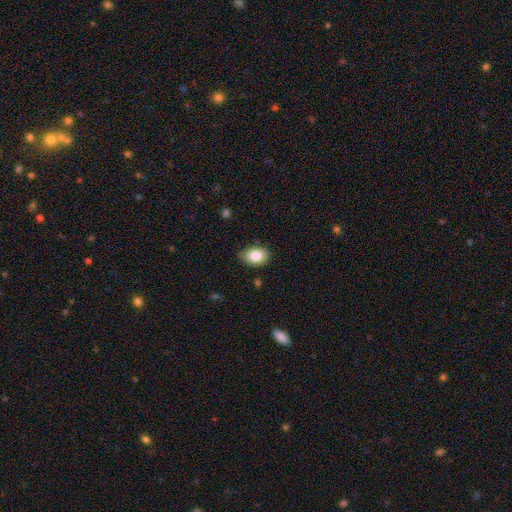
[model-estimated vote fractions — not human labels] smooth-or-featured: smooth: 84% | featured or disk: 8% | star or artifact: 8%
  how-rounded: in between: 79% | round: 20% | cigar-shaped: 1%
  merging: none: 80% | minor disturbance: 16% | major disturbance: 3% | merger: 1%